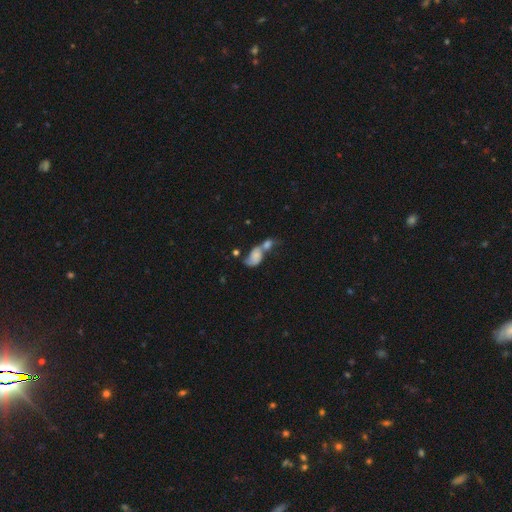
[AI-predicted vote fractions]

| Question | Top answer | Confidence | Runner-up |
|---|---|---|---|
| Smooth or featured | smooth | 57% | featured or disk (32%) |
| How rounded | in between | 81% | round (14%) |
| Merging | merger | 72% | none (12%) |